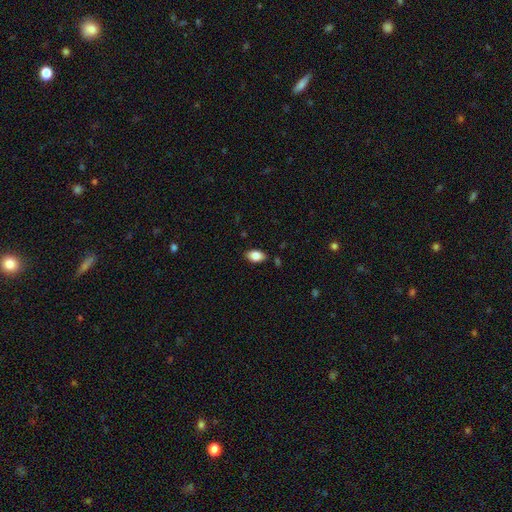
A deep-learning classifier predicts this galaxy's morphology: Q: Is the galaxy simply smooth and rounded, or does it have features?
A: smooth — 84%.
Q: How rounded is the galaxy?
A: in between — 92%.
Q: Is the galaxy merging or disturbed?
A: none — 84%.